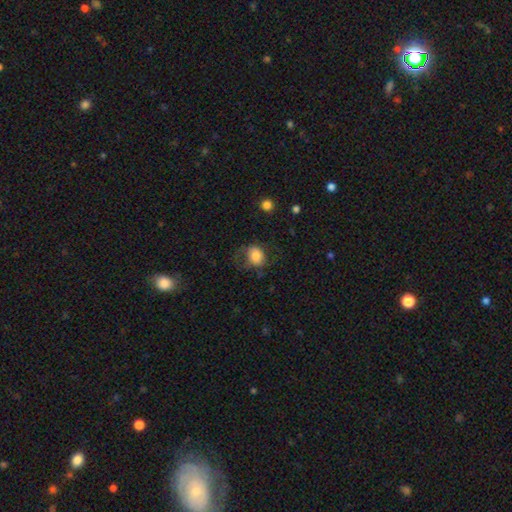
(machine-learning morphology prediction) A smooth galaxy with no disk features (74%) that is in between round and cigar-shaped (50%). Merging: none (45%).